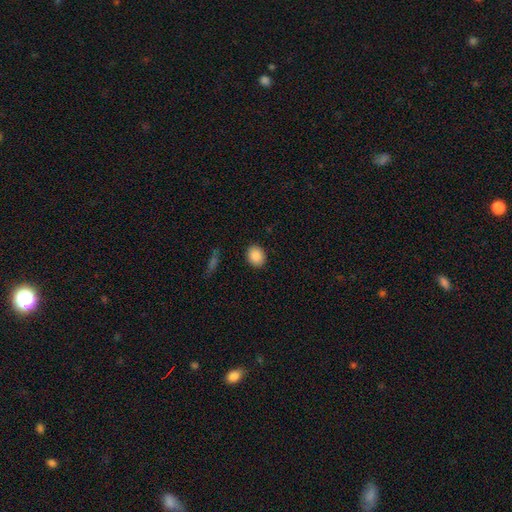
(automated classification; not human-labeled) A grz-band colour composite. It shows a smooth galaxy with no disk features (87%) that is round (65%). Merging: none (90%).